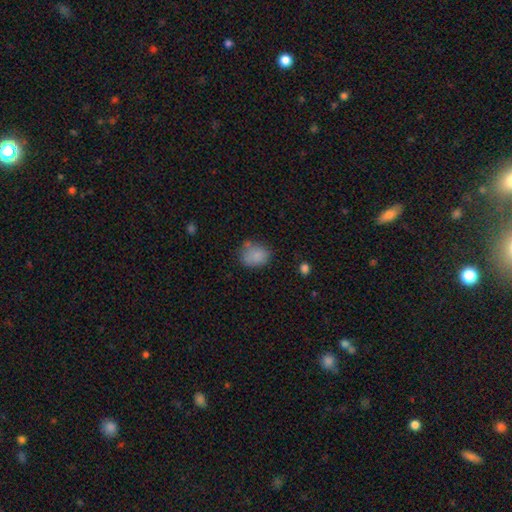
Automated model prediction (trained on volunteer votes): Q: Smooth or featured?
A: smooth (82%); runner-up: star or artifact (10%)
Q: How rounded?
A: in between (51%); runner-up: round (48%)
Q: Merging?
A: none (61%); runner-up: minor disturbance (25%)